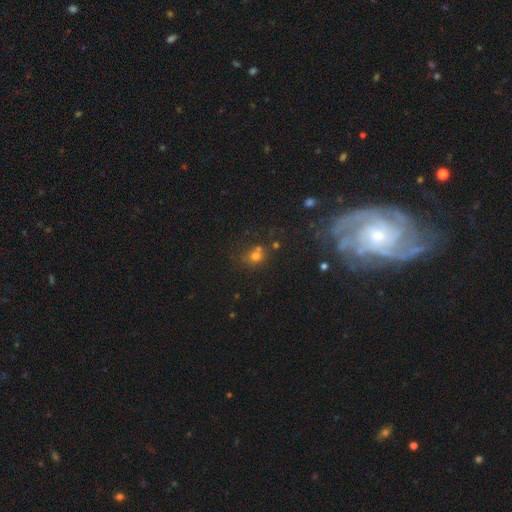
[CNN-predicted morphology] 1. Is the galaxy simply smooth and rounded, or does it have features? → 67% smooth, 22% star or artifact, 11% featured or disk.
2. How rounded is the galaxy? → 77% round, 22% in between, 1% cigar-shaped.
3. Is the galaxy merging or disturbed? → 56% none, 27% merger, 12% minor disturbance, 6% major disturbance.